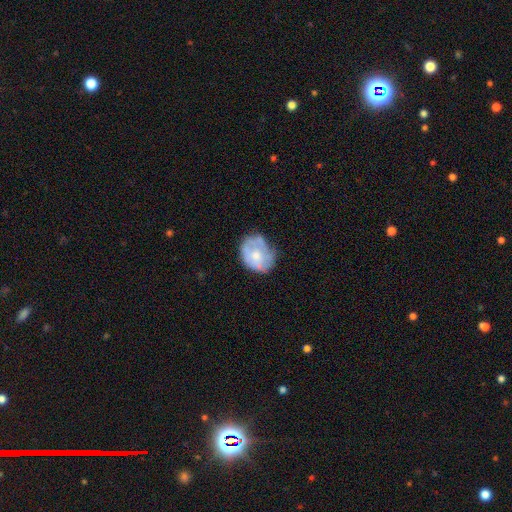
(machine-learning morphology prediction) Smooth or featured?
  - featured or disk: 49% *
  - smooth: 45%
  - star or artifact: 7%
Merging?
  - none: 51% *
  - minor disturbance: 31%
  - major disturbance: 14%
  - merger: 3%